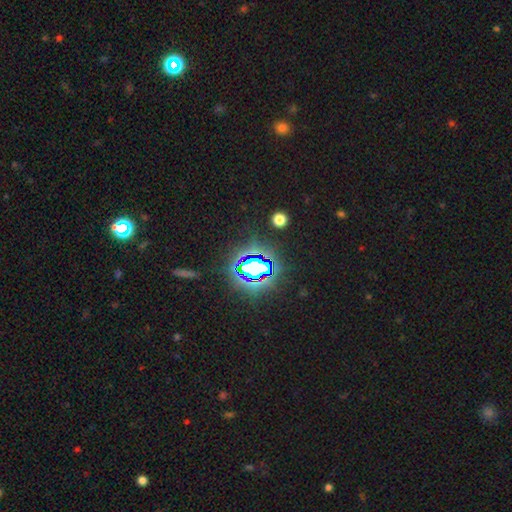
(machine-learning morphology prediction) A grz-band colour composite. It shows a star or artifact, not a galaxy (80%).